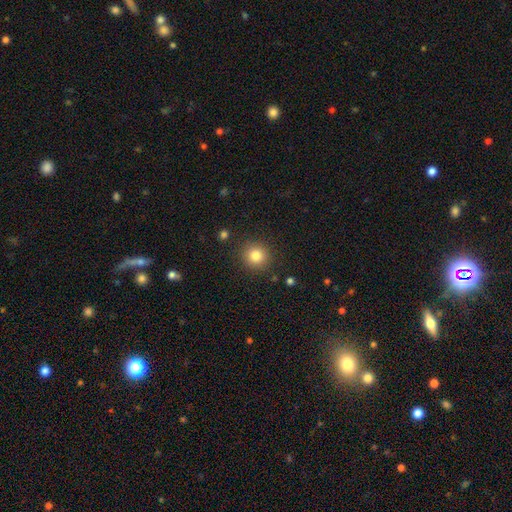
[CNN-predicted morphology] smooth_or_featured: smooth (p=0.82) [alt: star or artifact p=0.11]
how_rounded: round (p=0.92) [alt: in between p=0.07]
merging: none (p=0.89) [alt: minor disturbance p=0.07]